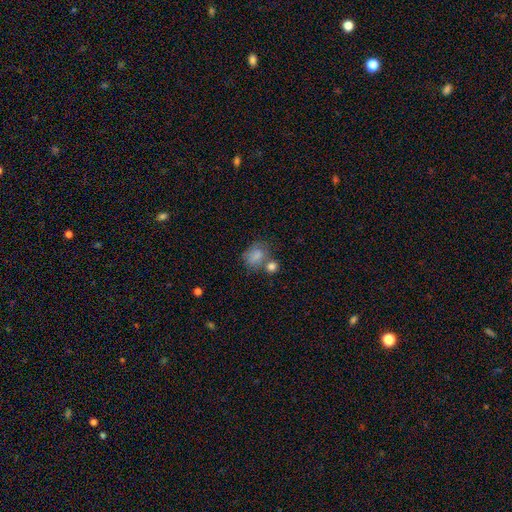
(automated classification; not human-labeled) smooth 76%, featured or disk 14%, star or artifact 11%. Down the decision tree: how rounded — in between (54%); merging — none (41%).